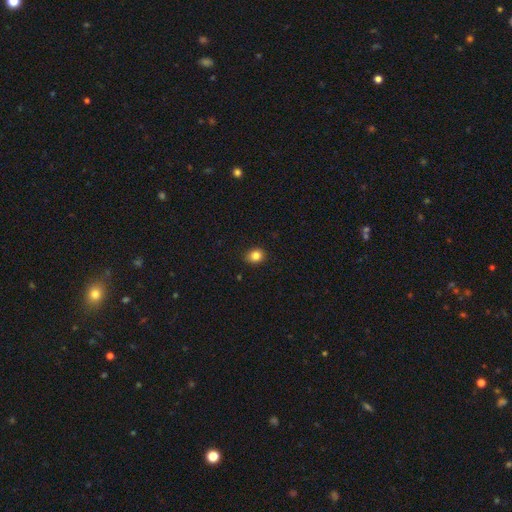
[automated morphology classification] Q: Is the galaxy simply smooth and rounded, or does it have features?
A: smooth — 84%.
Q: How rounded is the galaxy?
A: round — 62%.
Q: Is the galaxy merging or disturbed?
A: none — 88%.